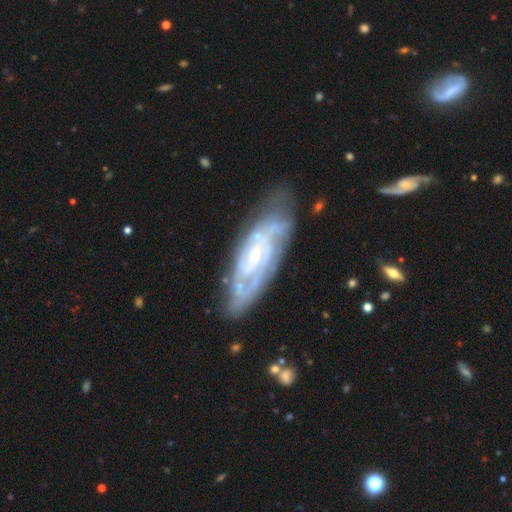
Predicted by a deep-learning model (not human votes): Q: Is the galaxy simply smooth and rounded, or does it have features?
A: featured or disk — 82%.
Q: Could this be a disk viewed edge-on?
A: no — 86%.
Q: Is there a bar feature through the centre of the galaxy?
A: no — 51%.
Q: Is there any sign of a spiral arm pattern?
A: yes — 90%.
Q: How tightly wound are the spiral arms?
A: tight — 64%.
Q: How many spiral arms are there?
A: can't tell — 48%.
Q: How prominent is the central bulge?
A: small — 66%.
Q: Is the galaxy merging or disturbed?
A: none — 67%.